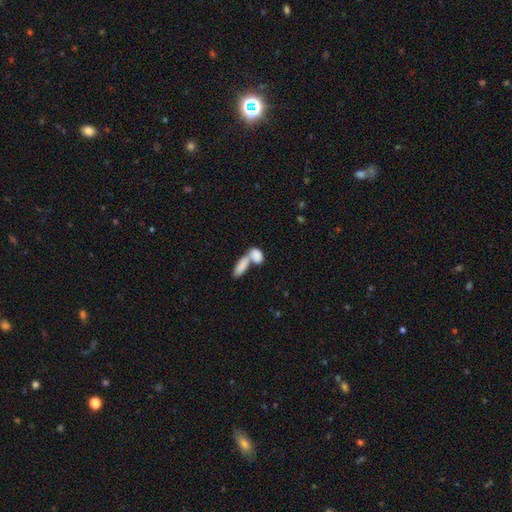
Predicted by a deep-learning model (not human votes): Q: Smooth or featured?
A: smooth (82%); runner-up: featured or disk (11%)
Q: How rounded?
A: in between (80%); runner-up: cigar-shaped (12%)
Q: Merging?
A: merger (67%); runner-up: none (22%)